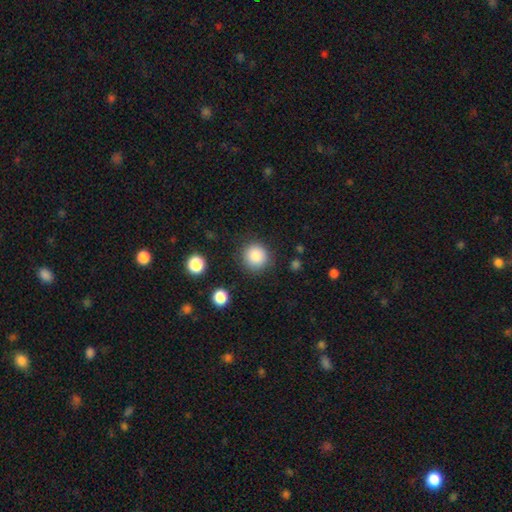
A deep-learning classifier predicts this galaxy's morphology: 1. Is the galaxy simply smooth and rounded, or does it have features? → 86% smooth, 9% star or artifact, 4% featured or disk.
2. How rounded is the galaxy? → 92% round, 7% in between, 1% cigar-shaped.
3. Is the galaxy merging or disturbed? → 87% none, 8% minor disturbance, 3% major disturbance, 2% merger.